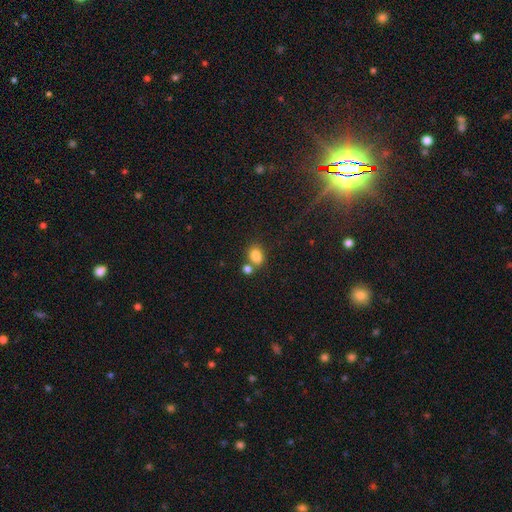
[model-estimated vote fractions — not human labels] Q: Smooth or featured?
A: smooth (81%); runner-up: star or artifact (11%)
Q: How rounded?
A: in between (57%); runner-up: round (42%)
Q: Merging?
A: none (52%); runner-up: merger (32%)